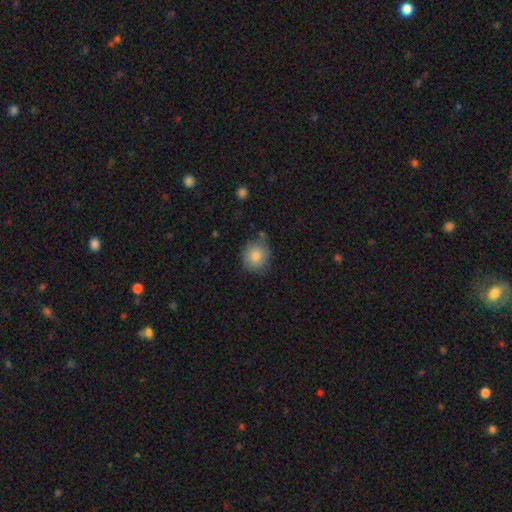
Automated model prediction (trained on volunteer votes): A smooth galaxy with no disk features (82%) that is round (80%).

Vote fractions:
- Smooth or featured? smooth: 82% / featured or disk: 9% / star or artifact: 9%
- How rounded? round: 80% / in between: 19% / cigar-shaped: 1%
- Merging? none: 74% / minor disturbance: 19% / merger: 4% / major disturbance: 3%